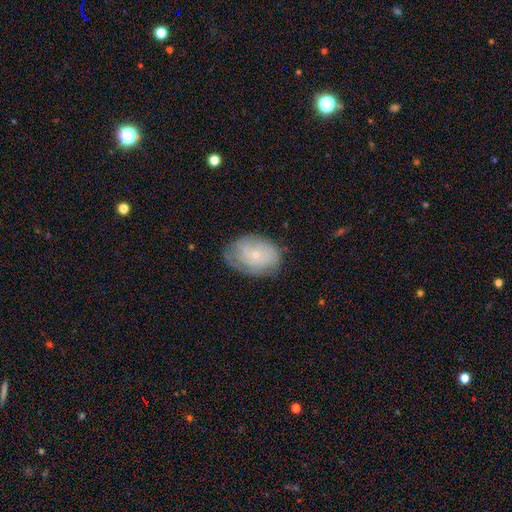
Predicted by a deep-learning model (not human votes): Q: Smooth or featured?
A: featured or disk (49%); runner-up: smooth (42%)
Q: Merging?
A: none (65%); runner-up: minor disturbance (25%)